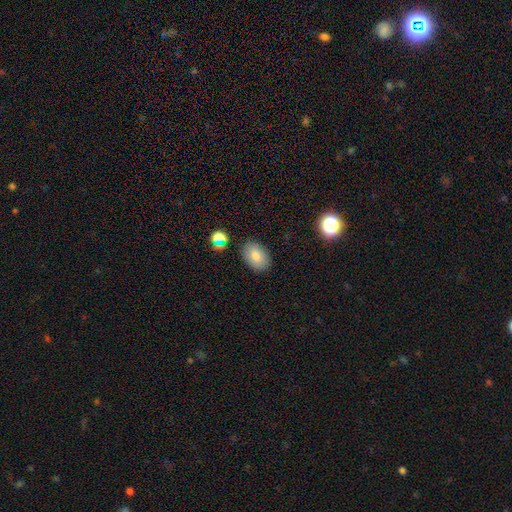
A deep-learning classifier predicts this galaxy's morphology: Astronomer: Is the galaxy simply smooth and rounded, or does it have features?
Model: smooth — 80%.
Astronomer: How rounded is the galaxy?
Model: in between — 86%.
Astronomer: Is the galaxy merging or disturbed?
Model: none — 85%.